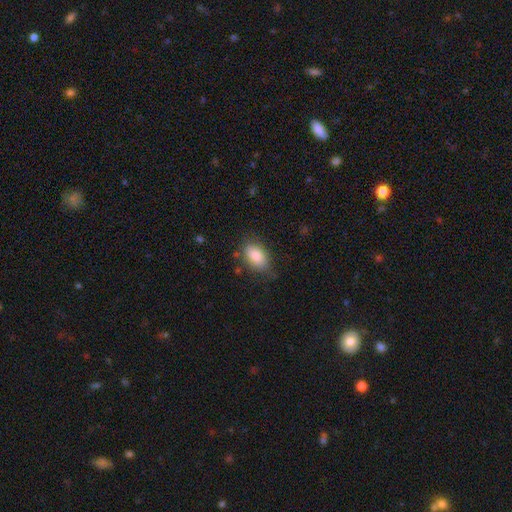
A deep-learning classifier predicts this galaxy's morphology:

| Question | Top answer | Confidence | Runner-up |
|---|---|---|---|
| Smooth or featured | smooth | 85% | featured or disk (8%) |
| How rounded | in between | 89% | round (8%) |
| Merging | none | 73% | minor disturbance (20%) |